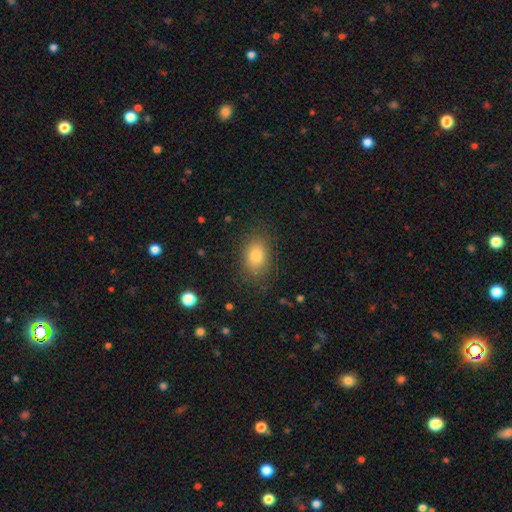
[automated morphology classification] Smooth or featured?
  - smooth: 82% *
  - star or artifact: 10%
  - featured or disk: 8%
How rounded?
  - in between: 79% *
  - round: 20%
  - cigar-shaped: 1%
Merging?
  - none: 83% *
  - minor disturbance: 12%
  - major disturbance: 4%
  - merger: 1%